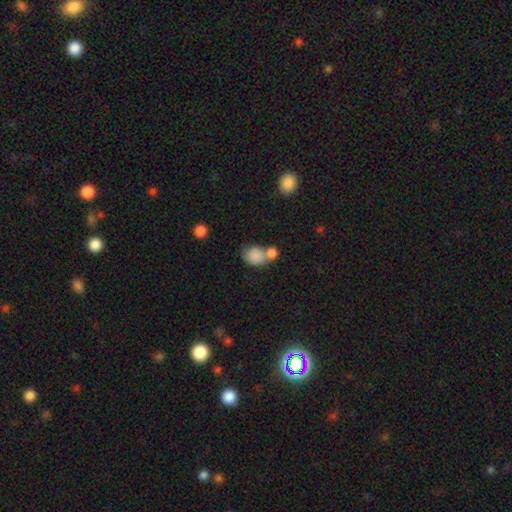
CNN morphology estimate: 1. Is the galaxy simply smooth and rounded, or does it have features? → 84% smooth, 8% star or artifact, 8% featured or disk.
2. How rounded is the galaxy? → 55% round, 44% in between, 1% cigar-shaped.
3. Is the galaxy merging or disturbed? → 54% merger, 30% none, 11% minor disturbance, 5% major disturbance.